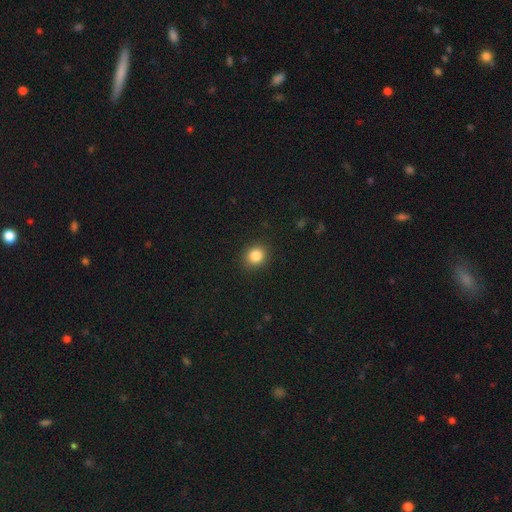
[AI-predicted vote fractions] smooth-or-featured: smooth: 85% | star or artifact: 11% | featured or disk: 5%
  how-rounded: round: 83% | in between: 16% | cigar-shaped: 1%
  merging: none: 91% | minor disturbance: 6% | major disturbance: 2% | merger: 1%